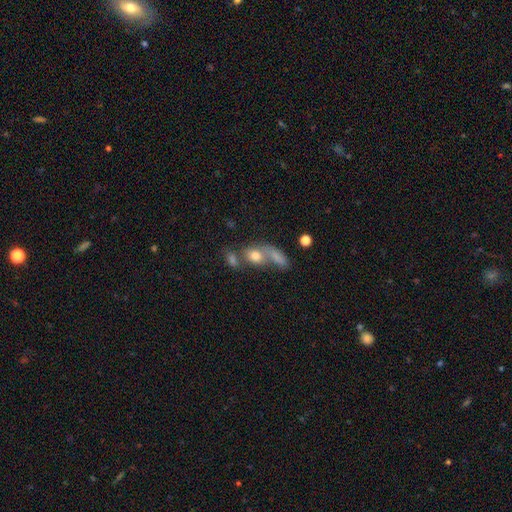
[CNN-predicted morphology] smooth 69%, featured or disk 17%, star or artifact 14%. Down the decision tree: how rounded — in between (48%); merging — merger (51%).